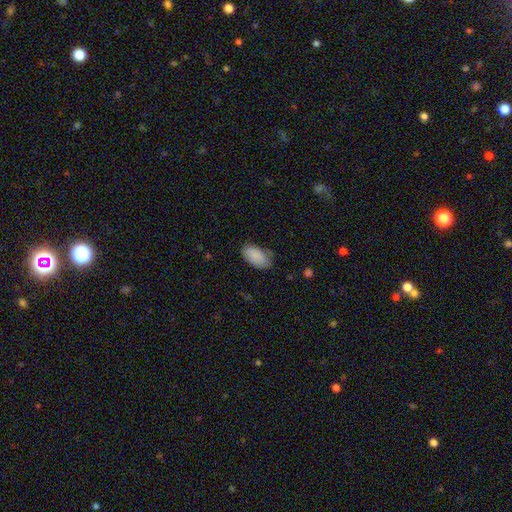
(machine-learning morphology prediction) Smooth or featured? Predicted: smooth (p=0.89). How rounded? Predicted: in between (p=0.95). Merging? Predicted: none (p=0.73).